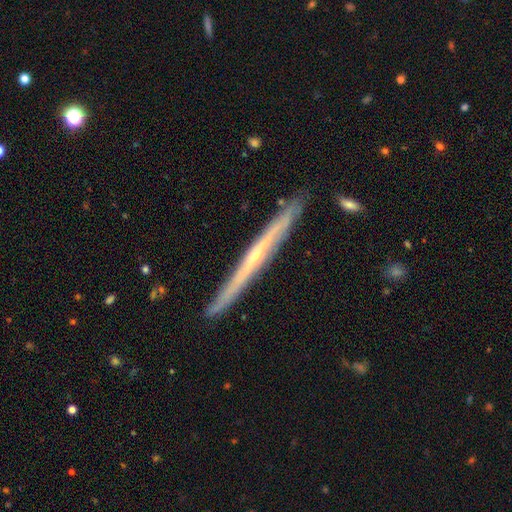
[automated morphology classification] type=featured or disk (75%); edge-on=yes (97%); edge-on bulge=rounded (58%); merging=none (89%).